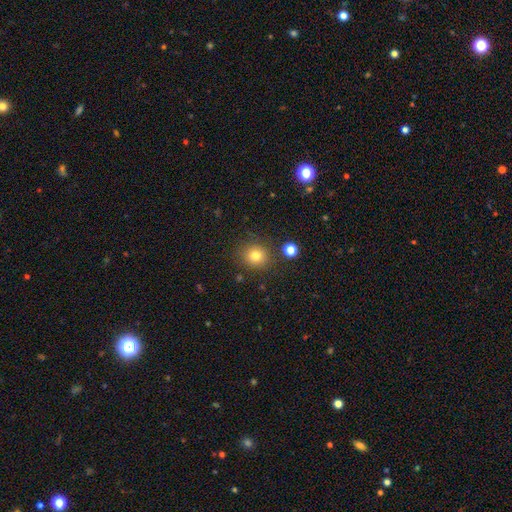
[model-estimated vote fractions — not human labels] Smooth or featured? Predicted: smooth (p=0.80). How rounded? Predicted: round (p=0.85). Merging? Predicted: none (p=0.84).